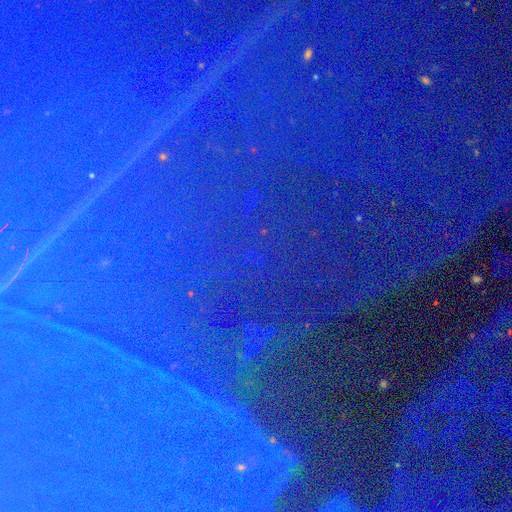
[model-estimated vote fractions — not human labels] The model was most divided on "smooth or featured": star or artifact: 86%, featured or disk: 7%, smooth: 6%.